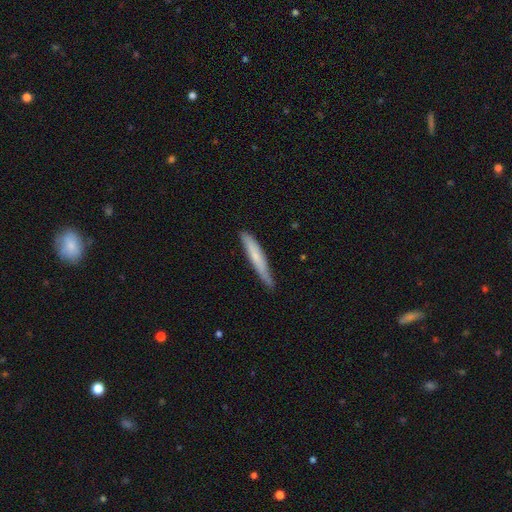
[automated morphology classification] Smooth or featured? smooth (64%)
How rounded? cigar-shaped (94%)
Merging? none (76%)